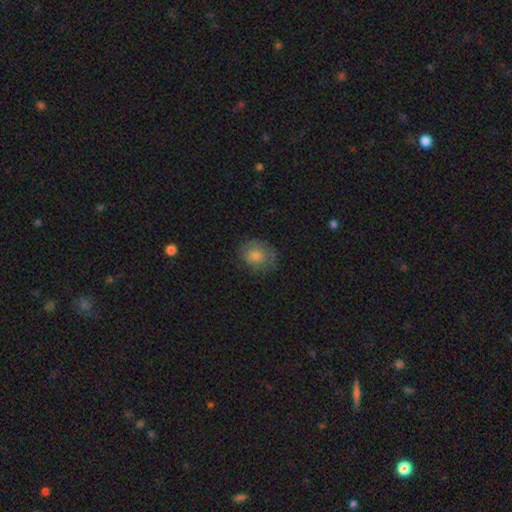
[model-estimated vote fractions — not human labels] This appears to be a smooth galaxy with no disk features (74%) that is round (59%). Merging: none (73%).